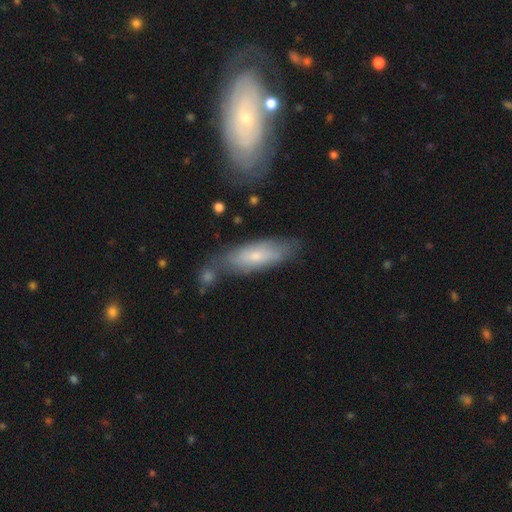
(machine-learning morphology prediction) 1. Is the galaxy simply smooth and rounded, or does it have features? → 59% smooth, 35% featured or disk, 6% star or artifact.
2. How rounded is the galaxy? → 55% in between, 43% cigar-shaped, 2% round.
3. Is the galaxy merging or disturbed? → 65% none, 21% minor disturbance, 9% merger, 6% major disturbance.